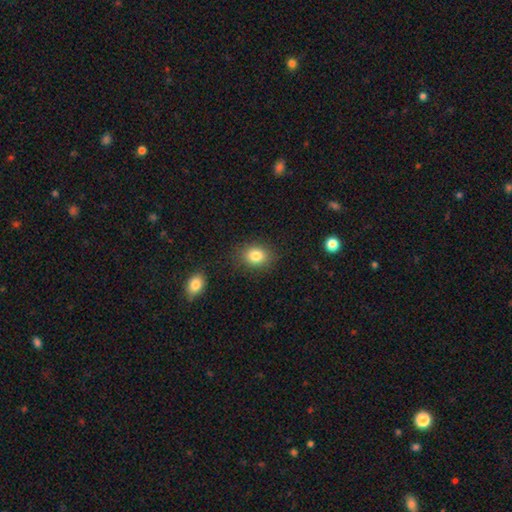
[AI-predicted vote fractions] Overall: smooth (84%). How rounded: round (51%; in between 48%). Merging: none (84%).